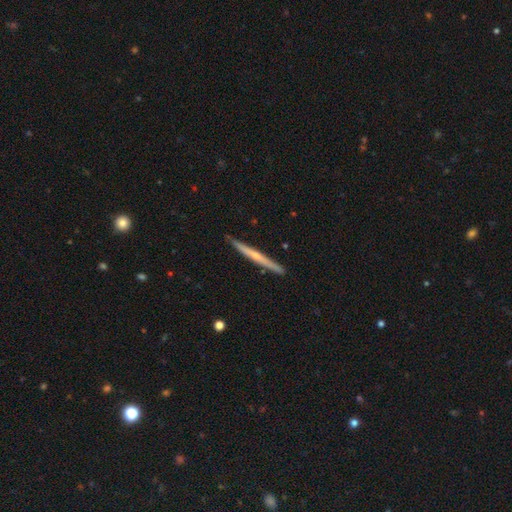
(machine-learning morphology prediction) smooth-or-featured: featured or disk: 61% | smooth: 33% | star or artifact: 5%
  disk-edge-on: yes: 98% | no: 2%
    edge-on-bulge: none: 54% | rounded: 42% | boxy: 4%
  merging: none: 90% | minor disturbance: 7% | major disturbance: 1% | merger: 1%